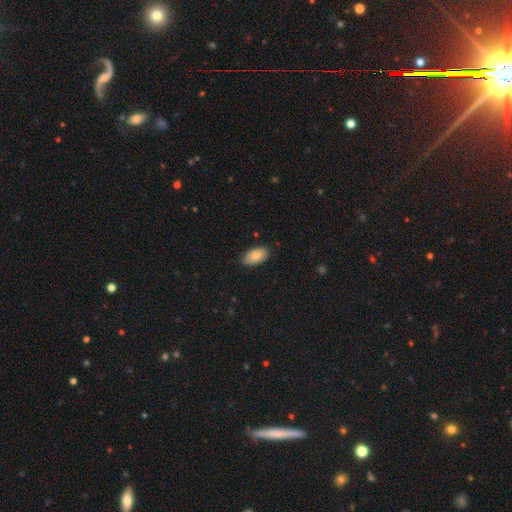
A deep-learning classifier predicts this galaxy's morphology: smooth 83%, featured or disk 10%, star or artifact 7%. Down the decision tree: how rounded — in between (94%); merging — none (87%).